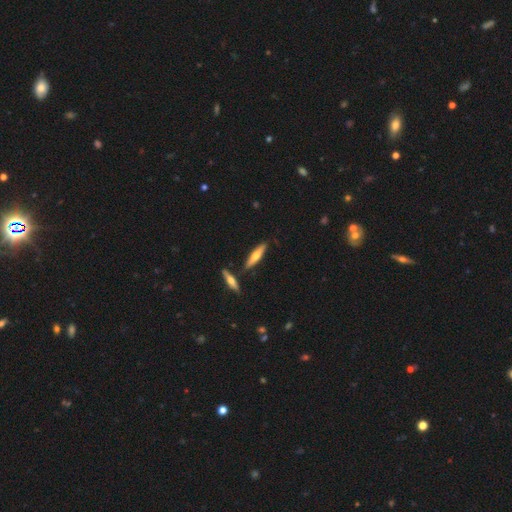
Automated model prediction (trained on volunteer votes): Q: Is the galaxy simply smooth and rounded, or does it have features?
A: smooth — 53%.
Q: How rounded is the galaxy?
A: cigar-shaped — 79%.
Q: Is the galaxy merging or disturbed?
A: none — 80%.